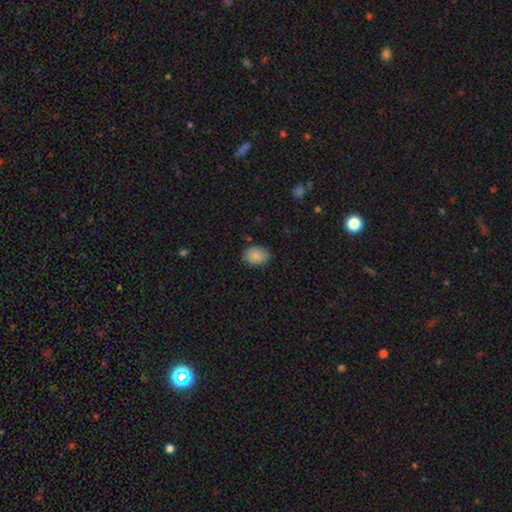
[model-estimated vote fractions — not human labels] Smooth or featured? smooth (87%)
How rounded? in between (72%)
Merging? none (82%)